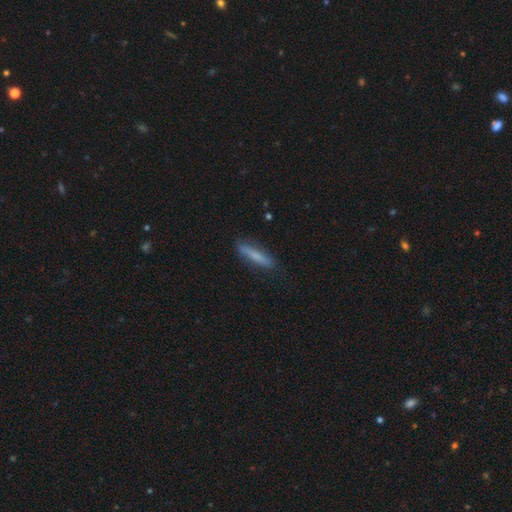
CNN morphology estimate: smooth_or_featured: smooth (p=0.69) [alt: featured or disk p=0.24]
how_rounded: cigar-shaped (p=0.88) [alt: in between p=0.10]
merging: none (p=0.84) [alt: minor disturbance p=0.13]